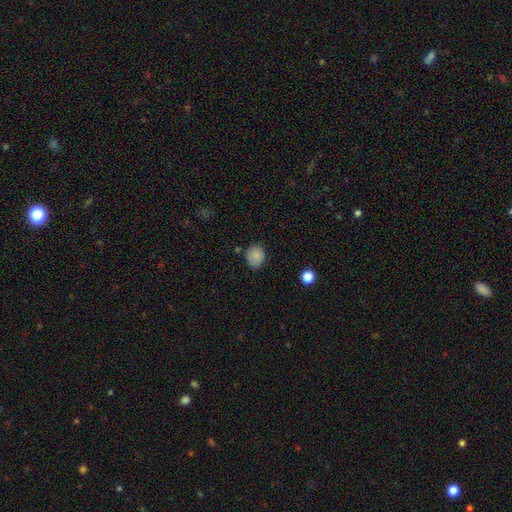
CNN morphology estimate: Smooth or featured? smooth (83%)
How rounded? round (63%)
Merging? none (74%)